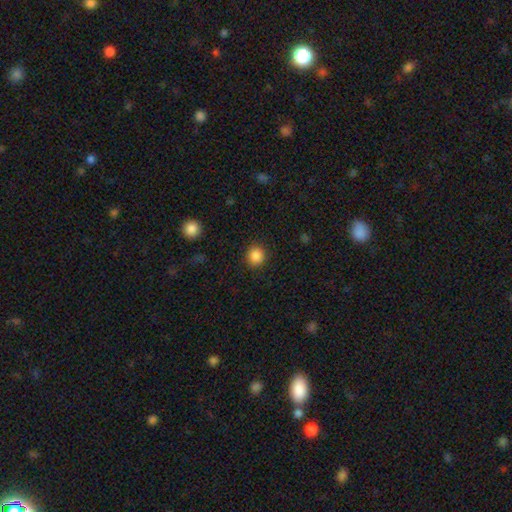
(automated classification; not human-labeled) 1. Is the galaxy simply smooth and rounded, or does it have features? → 87% smooth, 10% star or artifact, 3% featured or disk.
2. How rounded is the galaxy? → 90% round, 10% in between, 1% cigar-shaped.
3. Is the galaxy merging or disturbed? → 89% none, 7% minor disturbance, 3% major disturbance, 1% merger.